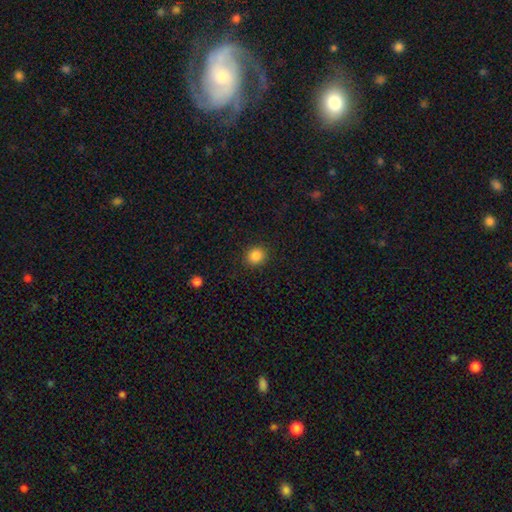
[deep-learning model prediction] smooth 85%, star or artifact 11%, featured or disk 4%. Down the decision tree: how rounded — round (86%); merging — none (90%).